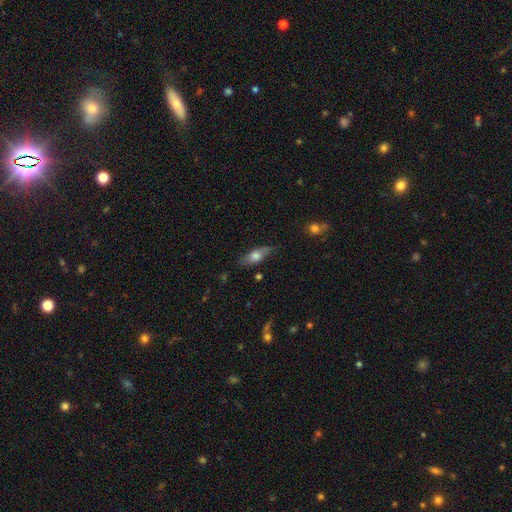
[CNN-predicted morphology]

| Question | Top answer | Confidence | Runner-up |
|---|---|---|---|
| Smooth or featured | smooth | 64% | featured or disk (29%) |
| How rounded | in between | 68% | cigar-shaped (28%) |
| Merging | none | 68% | minor disturbance (25%) |